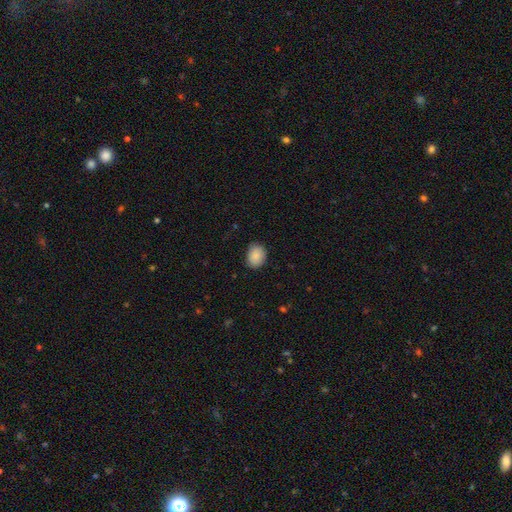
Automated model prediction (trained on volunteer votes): Q: Smooth or featured?
A: smooth (89%); runner-up: star or artifact (7%)
Q: How rounded?
A: in between (55%); runner-up: round (45%)
Q: Merging?
A: none (82%); runner-up: minor disturbance (14%)